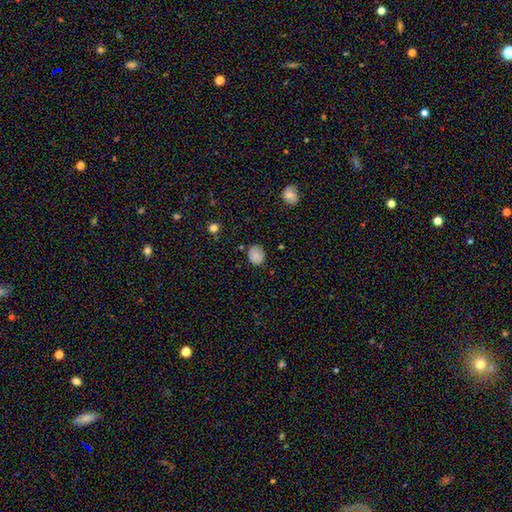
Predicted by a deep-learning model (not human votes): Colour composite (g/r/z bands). It shows a smooth galaxy with no disk features (83%) that is round (66%). Merging: none (80%).